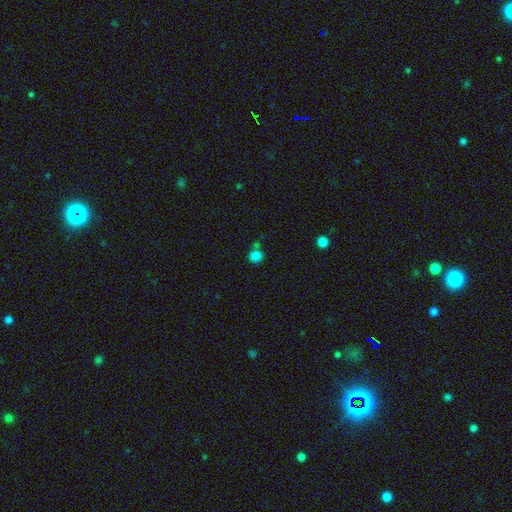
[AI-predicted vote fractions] smooth 81%, star or artifact 14%, featured or disk 5%. Down the decision tree: how rounded — round (76%); merging — none (66%).